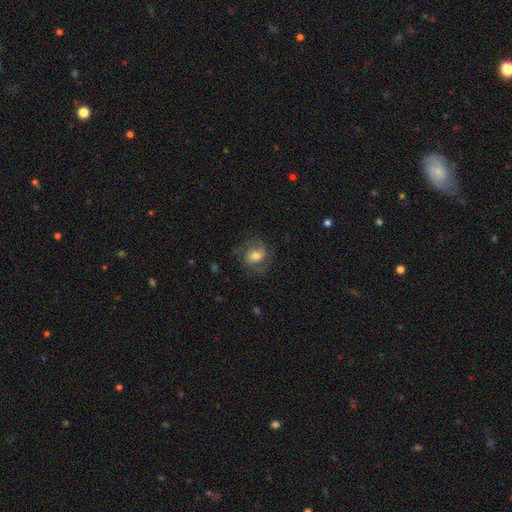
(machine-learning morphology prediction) smooth_or_featured: featured or disk (p=0.70) [alt: smooth p=0.23]
disk_edge_on: no (p=0.97) [alt: yes p=0.03]
bar: no (p=0.42) [tied with: weak p=0.42]
has_spiral_arms: yes (p=0.91) [alt: no p=0.09]
spiral_winding: medium (p=0.51) [alt: tight p=0.29]
spiral_arm_count: 2 (p=0.76) [alt: can't tell p=0.10]
bulge_size: moderate (p=0.65) [alt: small p=0.21]
merging: none (p=0.72) [alt: minor disturbance p=0.16]